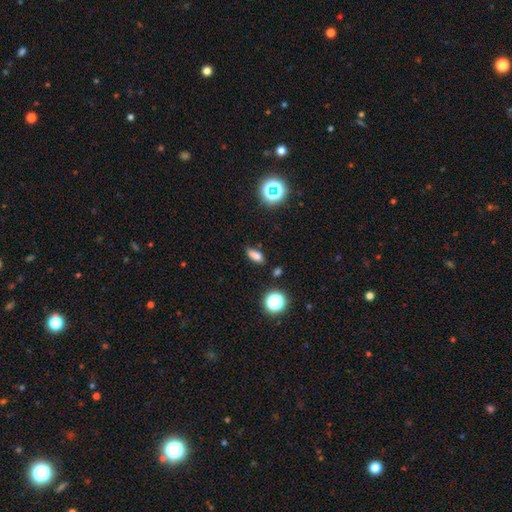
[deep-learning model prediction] The model was most divided on "how rounded": in between: 76%, cigar-shaped: 17%, round: 8%. More confident: merging — none (77%); smooth or featured — smooth (77%).